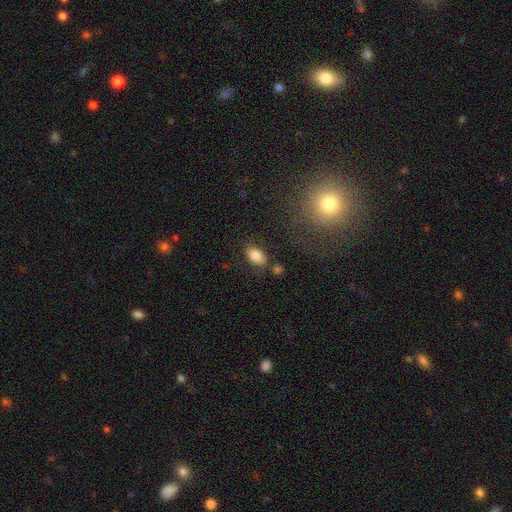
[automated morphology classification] Q: Smooth or featured?
A: smooth (82%); runner-up: featured or disk (10%)
Q: How rounded?
A: in between (88%); runner-up: round (10%)
Q: Merging?
A: none (73%); runner-up: minor disturbance (16%)